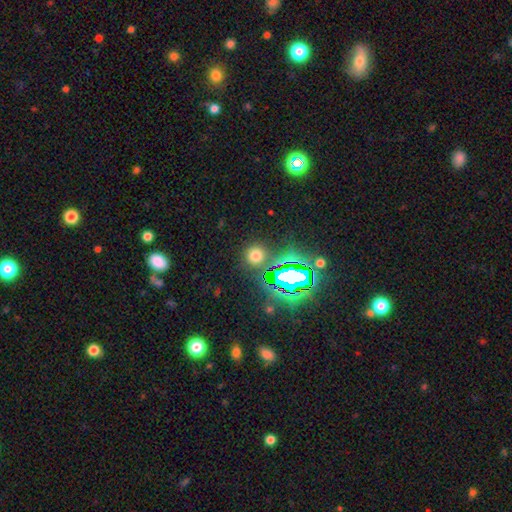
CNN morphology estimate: The model was most divided on "smooth or featured": smooth: 60%, star or artifact: 33%, featured or disk: 7%. More confident: how rounded — round (91%); merging — none (84%).